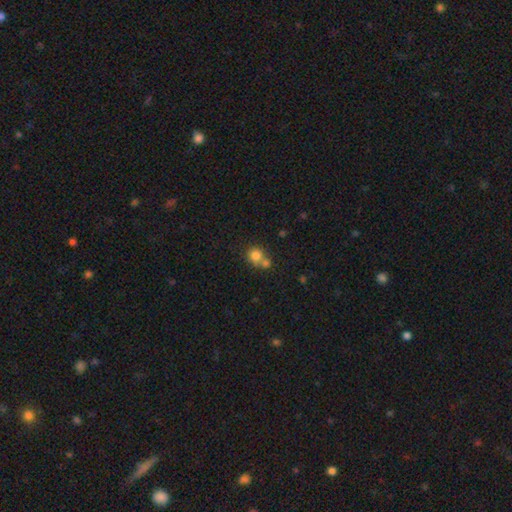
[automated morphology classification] Smooth or featured? Predicted: smooth (p=0.79). How rounded? Predicted: round (p=0.84). Merging? Predicted: none (p=0.44, tied with merger).